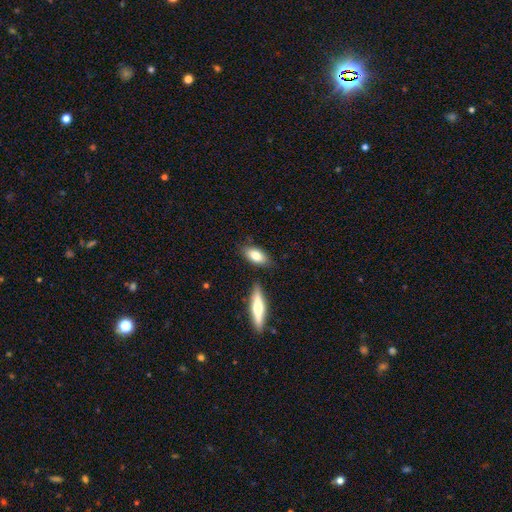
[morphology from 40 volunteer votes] Smooth or featured? 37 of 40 (92%) said smooth. How rounded? 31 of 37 (84%) said in between. Merging? 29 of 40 (72%) said none.